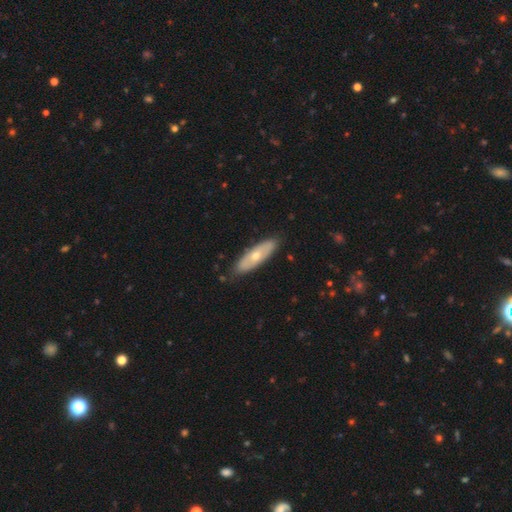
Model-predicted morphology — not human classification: Smooth or featured? Predicted: smooth (p=0.48). Merging? Predicted: none (p=0.84).